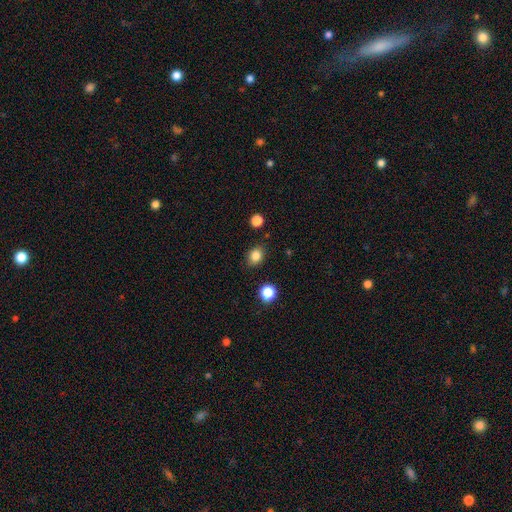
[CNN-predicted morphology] A smooth galaxy with no disk features (83%) that is round (51%). Merging: none (86%).